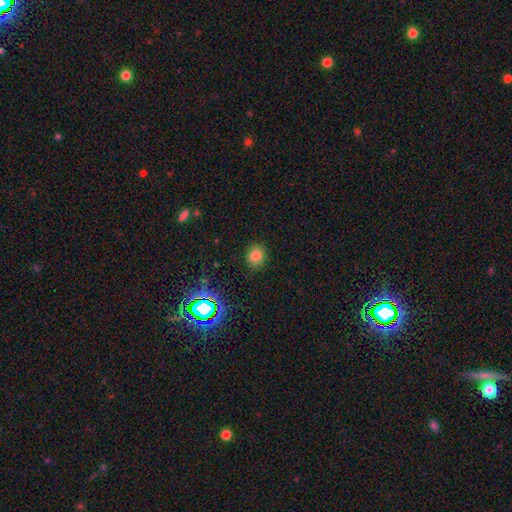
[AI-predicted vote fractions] This appears to be a smooth galaxy with no disk features (76%) that is round (73%). Merging: none (87%).